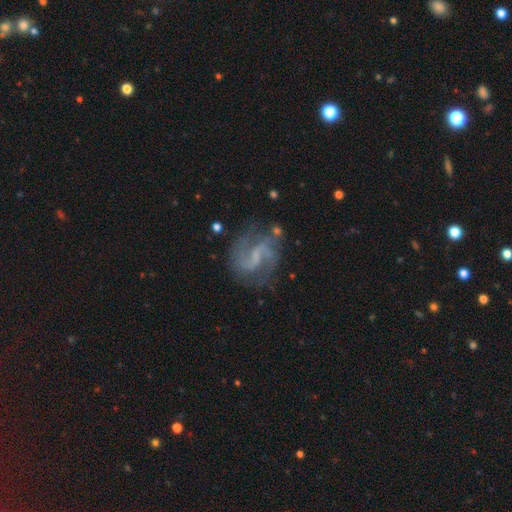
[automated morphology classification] Overall: featured or disk (88%). Edge-on disk: no (98%). Bar: weak (53%; strong 26%). Spiral arms: yes (96%). Spiral arm count: 2 (91%). Spiral winding: medium (51%; loose 35%). Bulge size: none (43%, tied with small). Merging: none (73%).